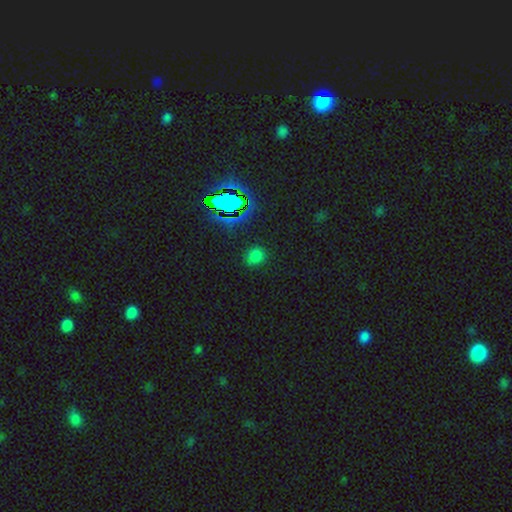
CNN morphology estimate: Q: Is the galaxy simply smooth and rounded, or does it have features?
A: smooth — 66%.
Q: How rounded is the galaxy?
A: round — 72%.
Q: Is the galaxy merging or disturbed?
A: none — 87%.